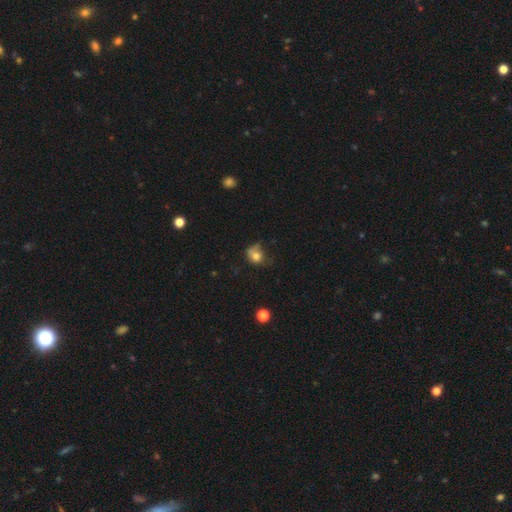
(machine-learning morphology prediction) smooth 73%, featured or disk 15%, star or artifact 12%. Down the decision tree: how rounded — round (59%); merging — none (36%).